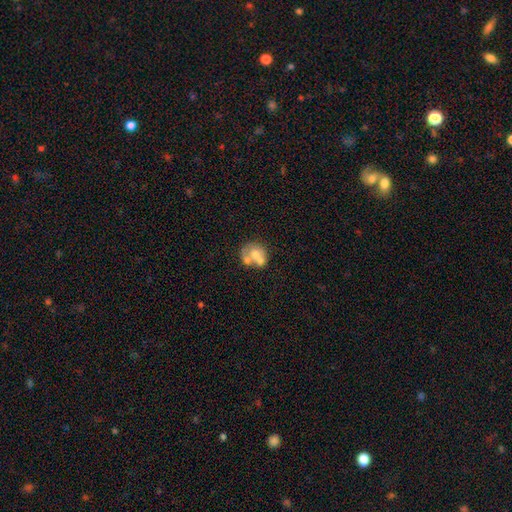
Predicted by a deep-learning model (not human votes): A smooth galaxy with no disk features (55%) that is round (59%). Merging: merger (52%).